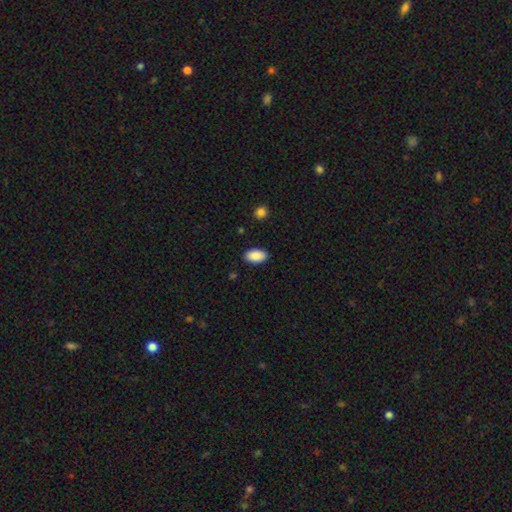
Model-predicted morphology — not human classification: smooth_or_featured: smooth (p=0.90) [alt: star or artifact p=0.06]
how_rounded: in between (p=0.95) [alt: round p=0.03]
merging: none (p=0.89) [alt: minor disturbance p=0.08]